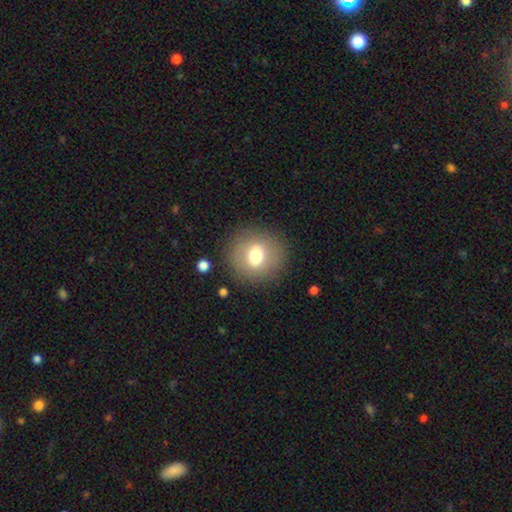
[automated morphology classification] A smooth galaxy with no disk features (69%) that is round (84%).

Vote fractions:
- Smooth or featured? smooth: 69% / featured or disk: 21% / star or artifact: 10%
- How rounded? round: 84% / in between: 15% / cigar-shaped: 1%
- Merging? none: 86% / minor disturbance: 8% / major disturbance: 4% / merger: 2%